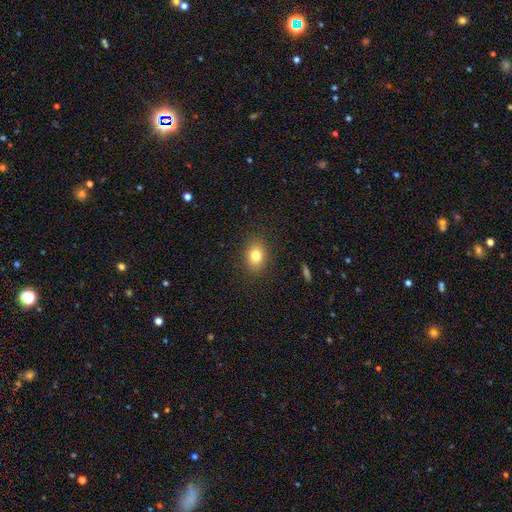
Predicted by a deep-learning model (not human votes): smooth-or-featured: smooth: 80% | star or artifact: 11% | featured or disk: 9%
  how-rounded: in between: 58% | round: 41% | cigar-shaped: 1%
  merging: none: 88% | minor disturbance: 9% | major disturbance: 3% | merger: 1%